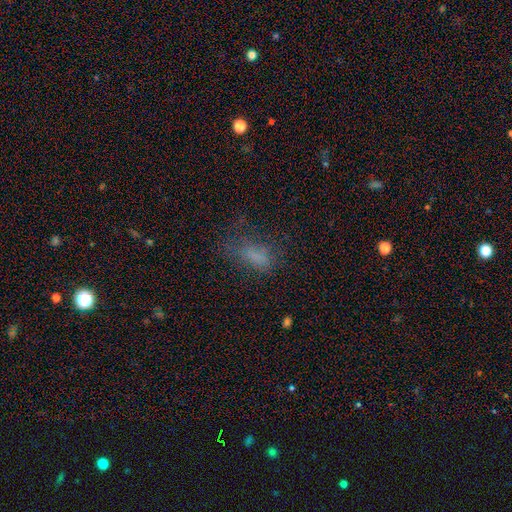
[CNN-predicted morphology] A smooth galaxy with no disk features (65%) that is in between round and cigar-shaped (77%). Merging: none (43%).